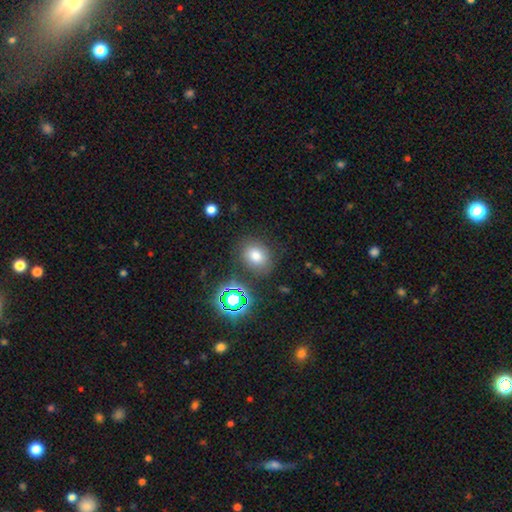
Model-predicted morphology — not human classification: Smooth or featured? smooth (72%)
How rounded? round (51%)
Merging? none (79%)